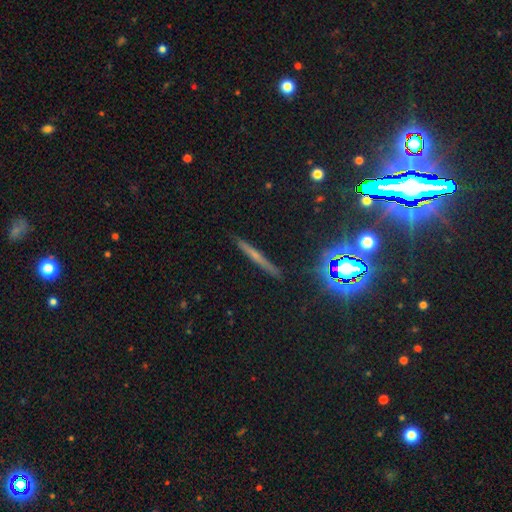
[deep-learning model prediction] A featured or disk galaxy (41%).

Vote fractions:
- Smooth or featured? featured or disk: 41% / smooth: 38% / star or artifact: 21%
- Merging? none: 88% / minor disturbance: 8% / major disturbance: 2% / merger: 2%